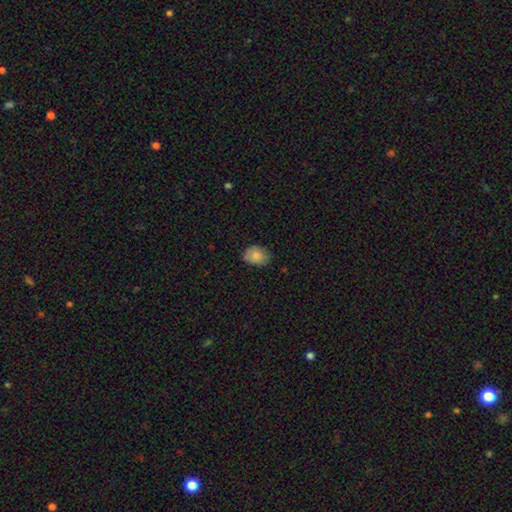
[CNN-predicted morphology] Smooth or featured? Predicted: smooth (p=0.84). How rounded? Predicted: in between (p=0.70). Merging? Predicted: none (p=0.78).